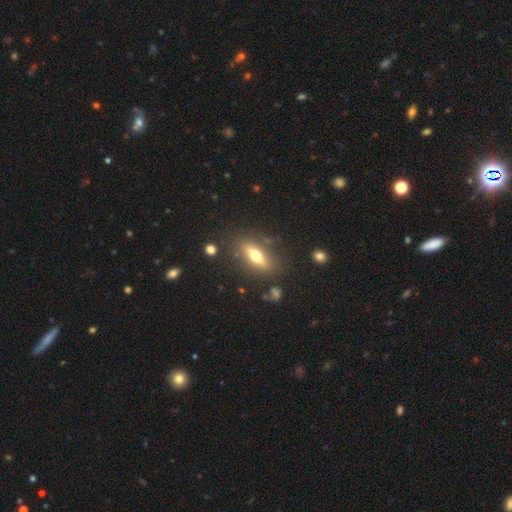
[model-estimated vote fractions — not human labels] Smooth or featured? Predicted: smooth (p=0.52). How rounded? Predicted: in between (p=0.54). Merging? Predicted: none (p=0.80).